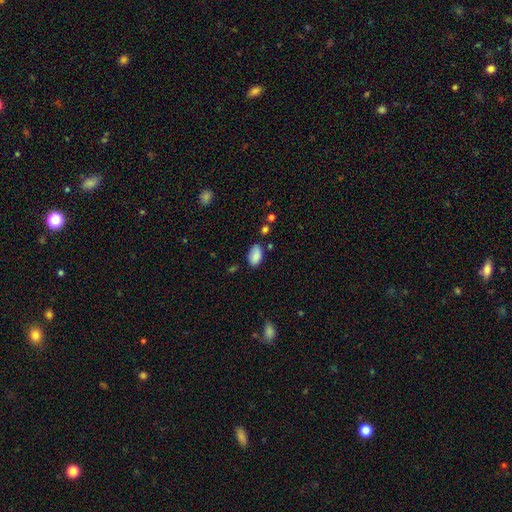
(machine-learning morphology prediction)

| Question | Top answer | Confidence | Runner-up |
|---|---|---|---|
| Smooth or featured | smooth | 84% | featured or disk (8%) |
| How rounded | in between | 94% | round (4%) |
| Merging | none | 70% | minor disturbance (22%) |